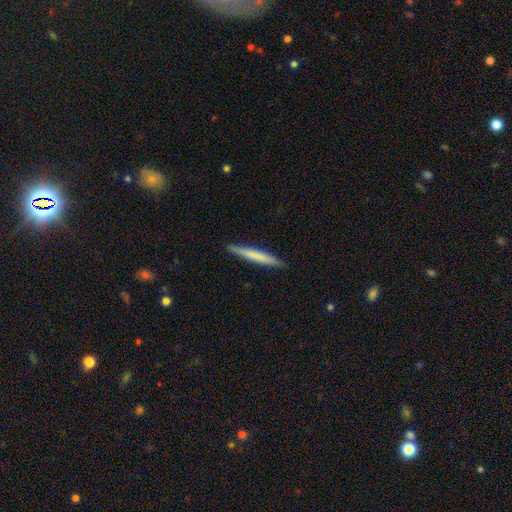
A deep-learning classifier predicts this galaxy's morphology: This appears to be a smooth galaxy with no disk features (69%) that is cigar-shaped (96%). Merging: none (91%).